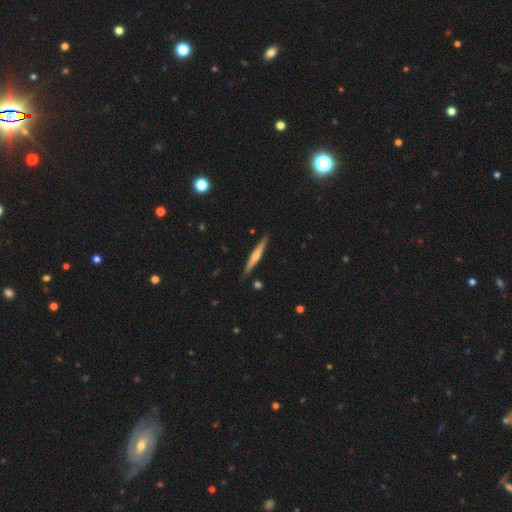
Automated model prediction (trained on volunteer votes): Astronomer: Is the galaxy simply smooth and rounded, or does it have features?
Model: featured or disk — 51% (runner-up: smooth, 44%).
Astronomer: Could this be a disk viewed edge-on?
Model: yes — 97%.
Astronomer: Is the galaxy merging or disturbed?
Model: none — 87%.